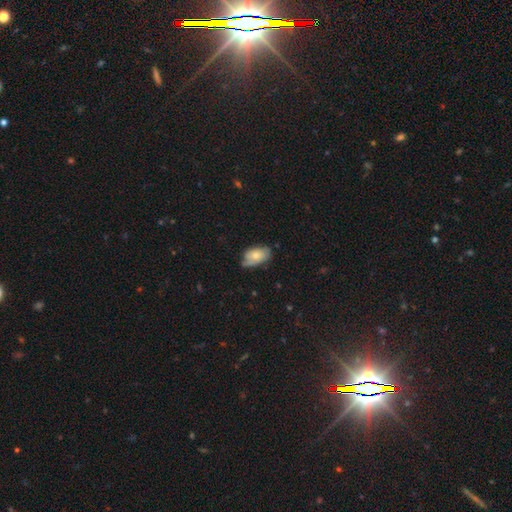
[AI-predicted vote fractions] Smooth or featured: smooth — 65% (featured or disk — 28%)
How rounded: in between — 92% (round — 6%)
Merging: none — 52% (minor disturbance — 37%)